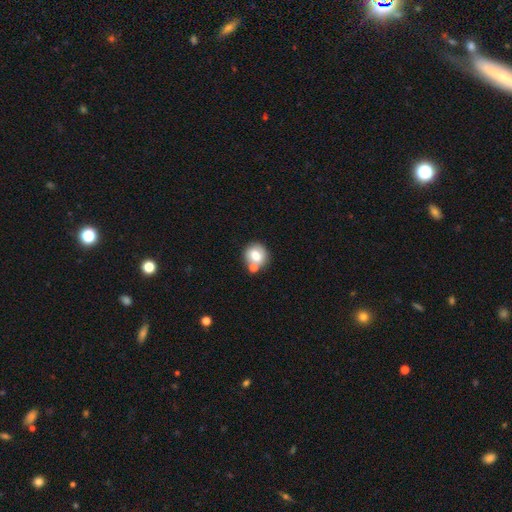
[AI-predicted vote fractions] Smooth or featured? Predicted: smooth (p=0.73). How rounded? Predicted: round (p=0.82). Merging? Predicted: none (p=0.59).